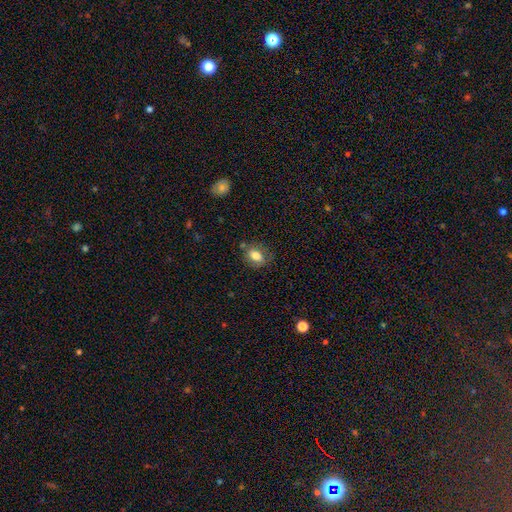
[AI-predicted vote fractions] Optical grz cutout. It shows a smooth galaxy with no disk features (77%) that is in between round and cigar-shaped (73%). Merging: none (73%).